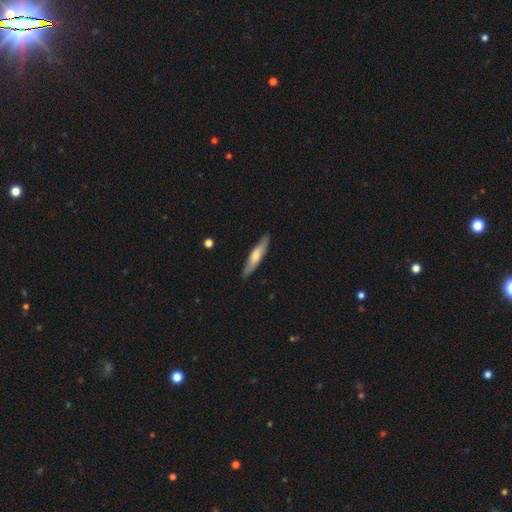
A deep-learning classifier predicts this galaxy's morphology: smooth-or-featured: smooth: 56% | featured or disk: 39% | star or artifact: 5%
  how-rounded: cigar-shaped: 85% | in between: 14% | round: 1%
  merging: none: 86% | minor disturbance: 11% | major disturbance: 2% | merger: 1%